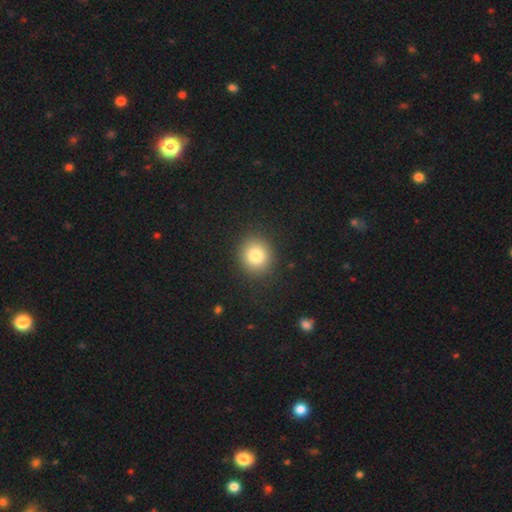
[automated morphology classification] smooth 82%, star or artifact 11%, featured or disk 8%. Down the decision tree: how rounded — round (84%); merging — none (90%).